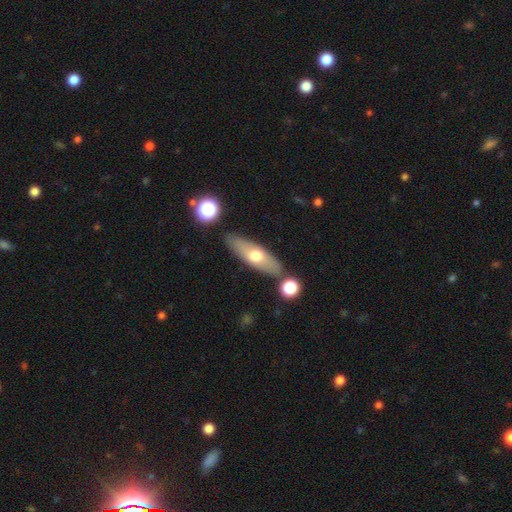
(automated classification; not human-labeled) Smooth or featured: smooth — 57% (featured or disk — 37%)
How rounded: cigar-shaped — 51% (in between — 46%)
Merging: none — 79% (minor disturbance — 11%)